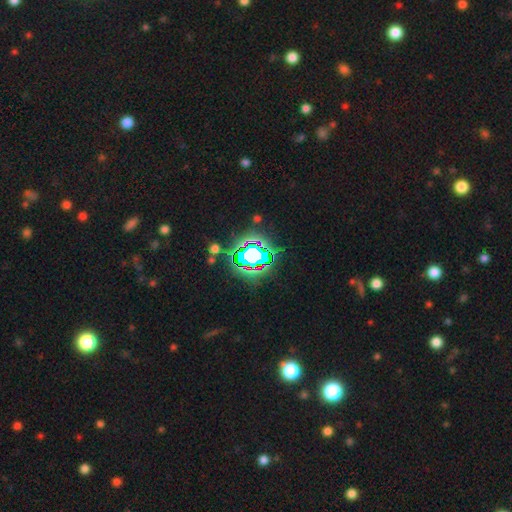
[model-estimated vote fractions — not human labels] Smooth or featured?
  - star or artifact: 76% *
  - smooth: 14%
  - featured or disk: 10%